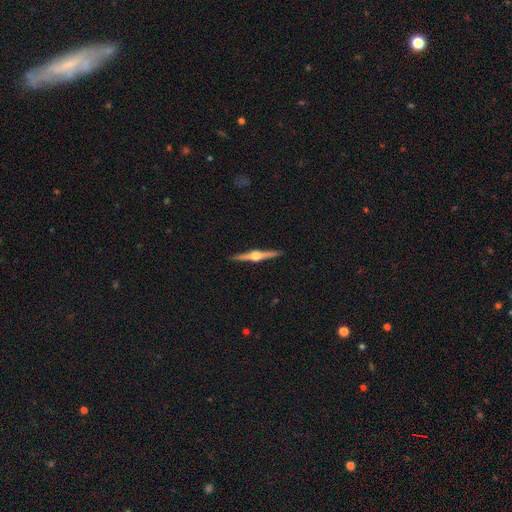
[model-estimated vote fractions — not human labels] Morphology: type=featured or disk (85%); edge-on=yes (99%); edge-on bulge=rounded (96%); merging=none (92%).